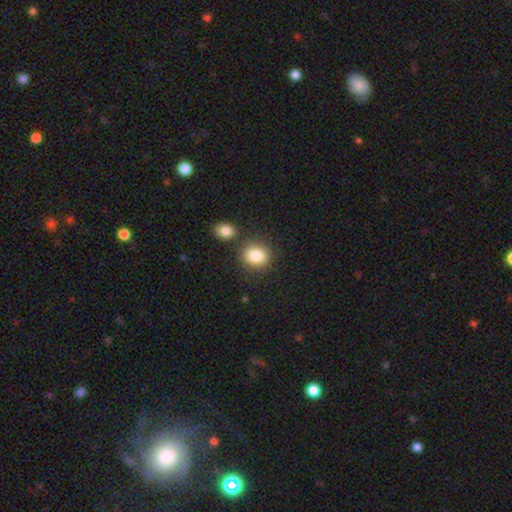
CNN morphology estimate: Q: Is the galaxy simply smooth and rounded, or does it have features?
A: smooth — 87%.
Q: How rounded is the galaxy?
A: round — 53%.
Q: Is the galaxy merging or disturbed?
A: none — 71%.